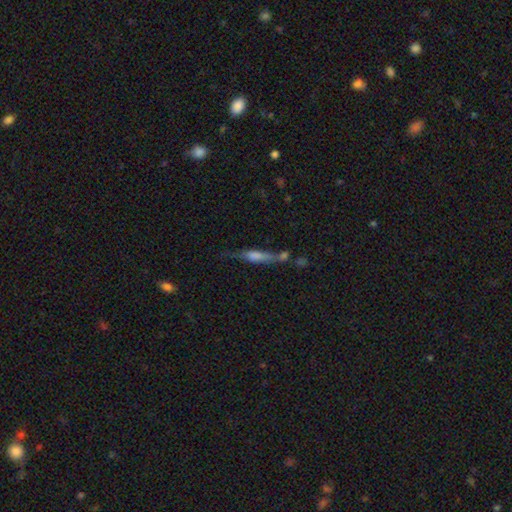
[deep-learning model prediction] A featured or disk galaxy (52%) viewed edge-on (87%).

Vote fractions:
- Smooth or featured? featured or disk: 52% / smooth: 38% / star or artifact: 10%
- Edge-on disk? yes: 87% / no: 13%
- Merging? none: 51% / merger: 21% / minor disturbance: 19% / major disturbance: 10%